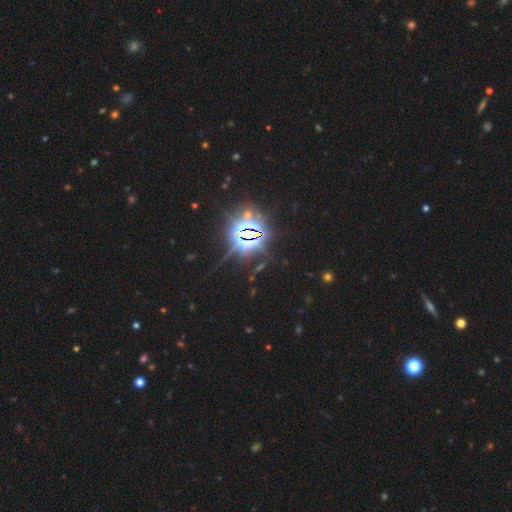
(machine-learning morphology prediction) A star or artifact, not a galaxy (86%).